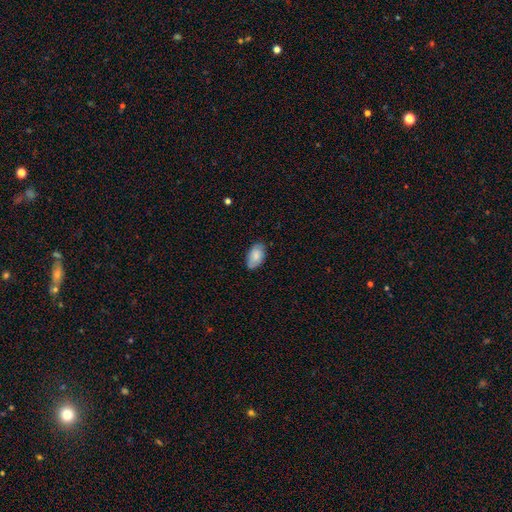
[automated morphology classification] smooth-or-featured: smooth: 80% | featured or disk: 13% | star or artifact: 6%
  how-rounded: in between: 94% | round: 5% | cigar-shaped: 1%
  merging: none: 80% | minor disturbance: 17% | major disturbance: 3% | merger: 1%